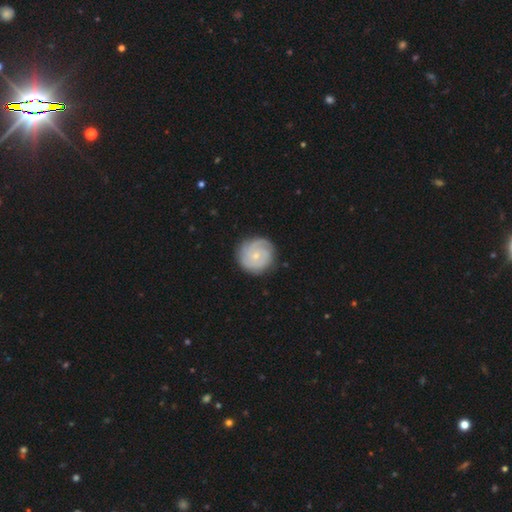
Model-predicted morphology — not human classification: smooth-or-featured: featured or disk: 69% | smooth: 25% | star or artifact: 6%
  disk-edge-on: no: 98% | yes: 2%
    bar: no: 76% | weak: 21% | strong: 3%
    has-spiral-arms: yes: 93% | no: 7%
      spiral-winding: tight: 71% | medium: 23% | loose: 6%
      spiral-arm-count: can't tell: 29% | 3: 28% | 2: 23% | 4: 8% | 1: 6% | more than 4: 6%
    bulge-size: small: 74% | moderate: 22% | none: 2% | large: 1% | dominant: 1%
  merging: none: 84% | minor disturbance: 12% | major disturbance: 3% | merger: 1%